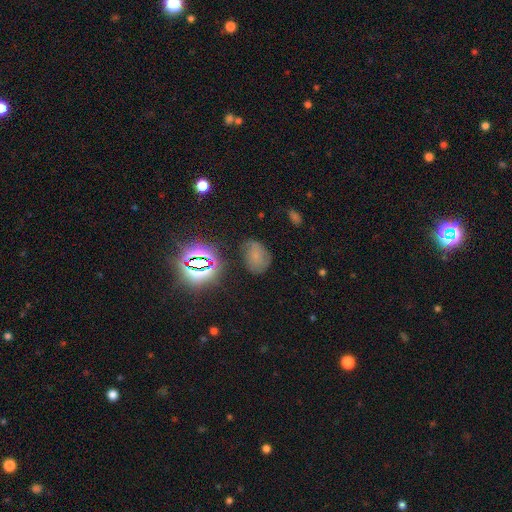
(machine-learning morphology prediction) This appears to be a smooth galaxy with no disk features (46%). Merging: none (61%).